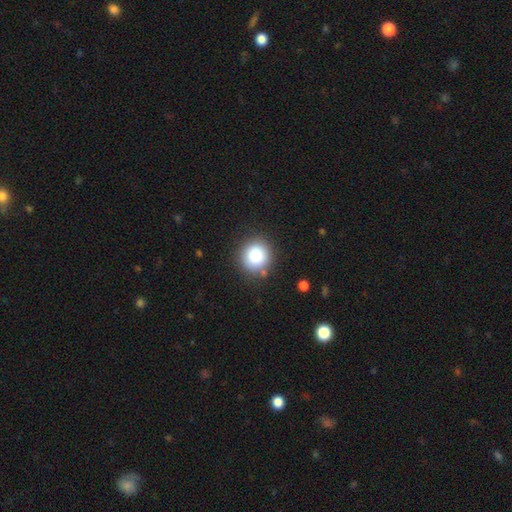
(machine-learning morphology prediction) Overall: smooth (84%). How rounded: round (91%). Merging: none (86%).